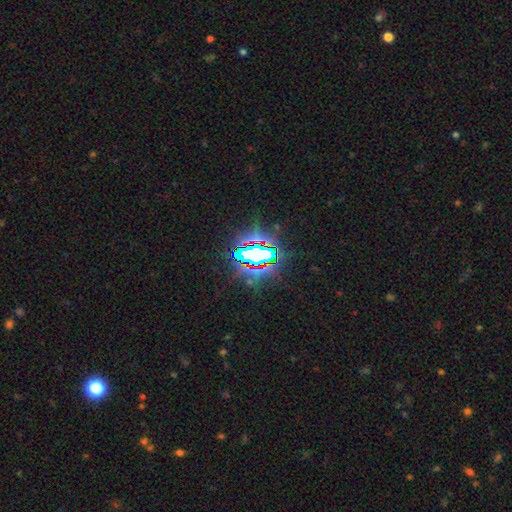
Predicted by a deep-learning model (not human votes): Smooth or featured: star or artifact — 76% (smooth — 13%)